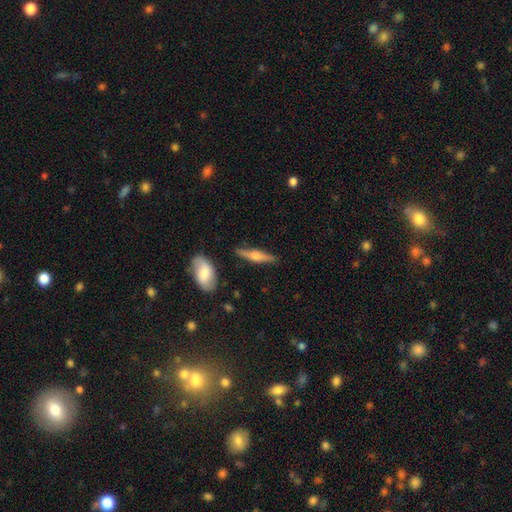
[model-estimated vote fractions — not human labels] Overall: featured or disk (52%; smooth 41%). Edge-on disk: yes (94%). Merging: none (83%).